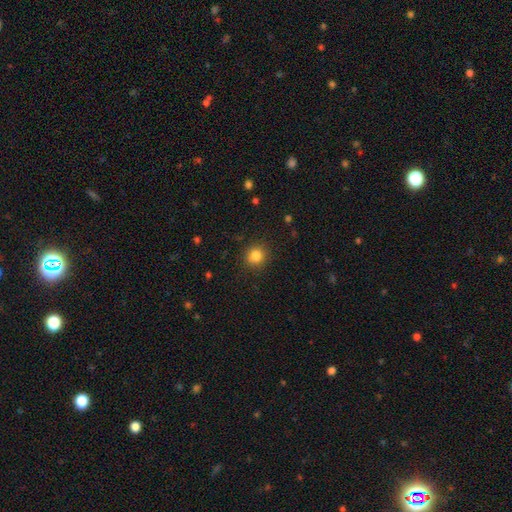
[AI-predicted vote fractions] Smooth or featured?
  - smooth: 84% *
  - star or artifact: 12%
  - featured or disk: 5%
How rounded?
  - round: 89% *
  - in between: 10%
  - cigar-shaped: 1%
Merging?
  - none: 89% *
  - minor disturbance: 8%
  - major disturbance: 3%
  - merger: 1%